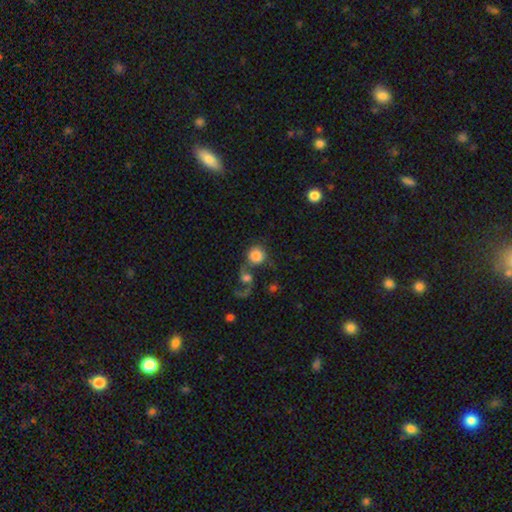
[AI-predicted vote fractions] Smooth or featured: smooth — 77% (featured or disk — 15%)
How rounded: round — 91% (in between — 8%)
Merging: merger — 41% (none — 40%)